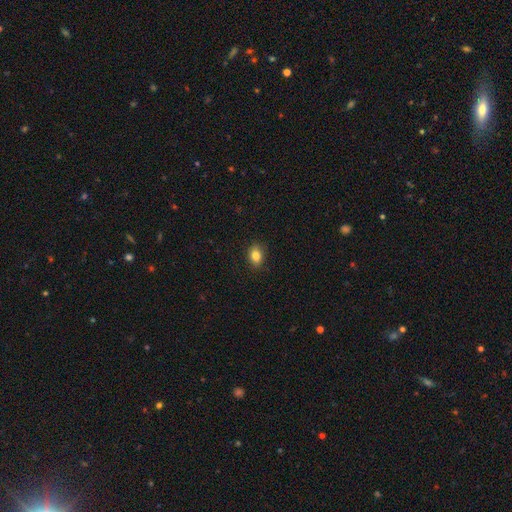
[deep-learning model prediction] A smooth galaxy with no disk features (84%) that is in between round and cigar-shaped (66%). Merging: none (87%).